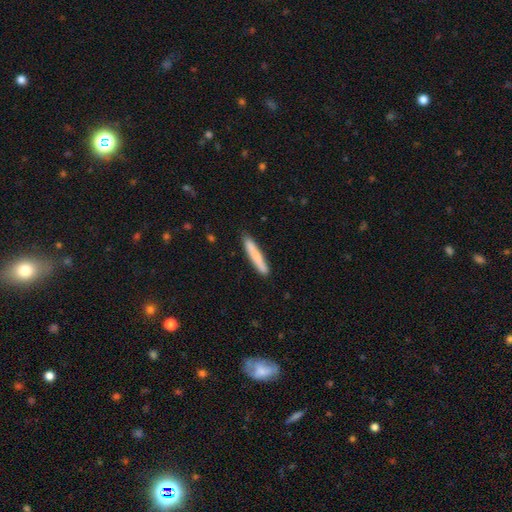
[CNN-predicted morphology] A smooth galaxy with no disk features (75%) that is cigar-shaped (94%).

Vote fractions:
- Smooth or featured? smooth: 75% / featured or disk: 20% / star or artifact: 6%
- How rounded? cigar-shaped: 94% / in between: 5% / round: 1%
- Merging? none: 86% / minor disturbance: 10% / major disturbance: 2% / merger: 2%